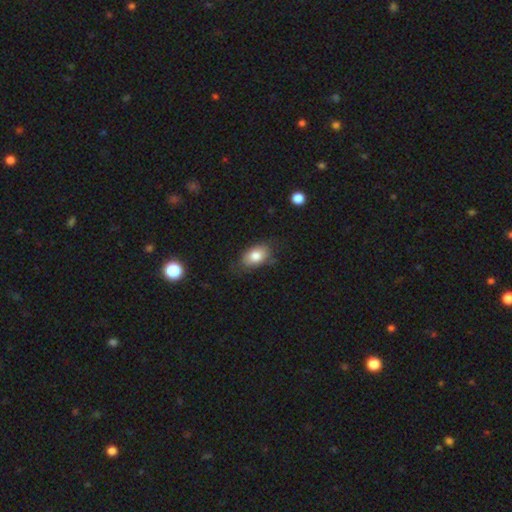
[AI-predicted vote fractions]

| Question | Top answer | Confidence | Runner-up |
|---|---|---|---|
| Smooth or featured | smooth | 80% | featured or disk (12%) |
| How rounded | in between | 88% | round (10%) |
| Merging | none | 70% | minor disturbance (22%) |